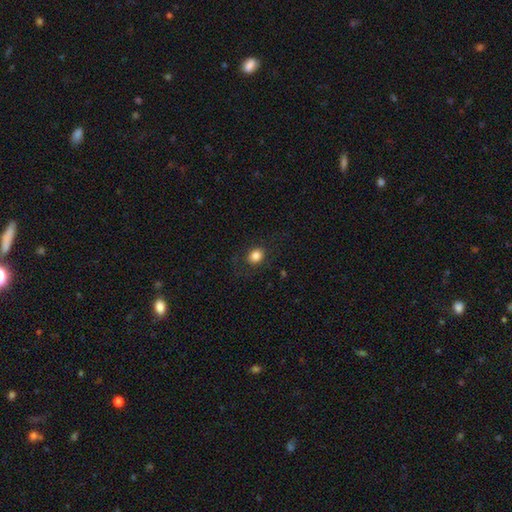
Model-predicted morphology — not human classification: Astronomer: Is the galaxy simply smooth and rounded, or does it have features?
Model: smooth — 84%.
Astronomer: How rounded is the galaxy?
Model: round — 56% (runner-up: in between, 44%).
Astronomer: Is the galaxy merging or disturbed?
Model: none — 84%.